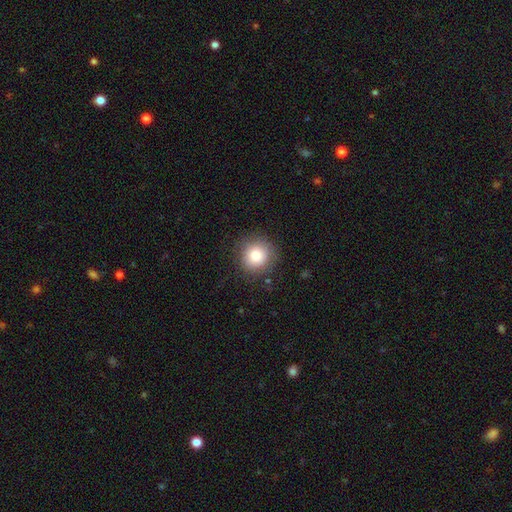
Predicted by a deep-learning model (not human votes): This is clearly a smooth galaxy (80%). How rounded: clearly round (92%). Merging: clearly none (84%).